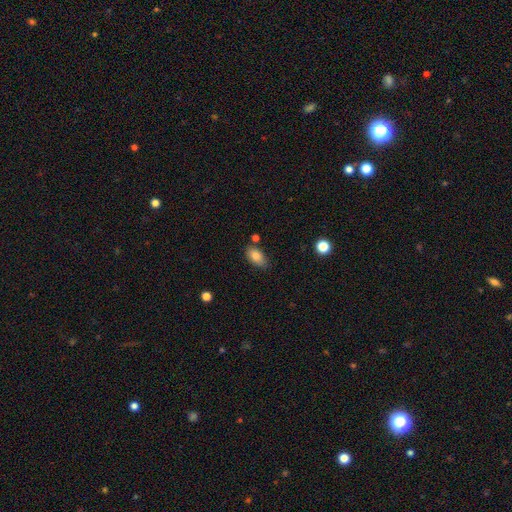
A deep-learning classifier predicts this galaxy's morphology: Smooth or featured?
  - smooth: 83% *
  - featured or disk: 9%
  - star or artifact: 8%
How rounded?
  - in between: 91% *
  - round: 6%
  - cigar-shaped: 3%
Merging?
  - none: 75% *
  - minor disturbance: 16%
  - merger: 5%
  - major disturbance: 3%